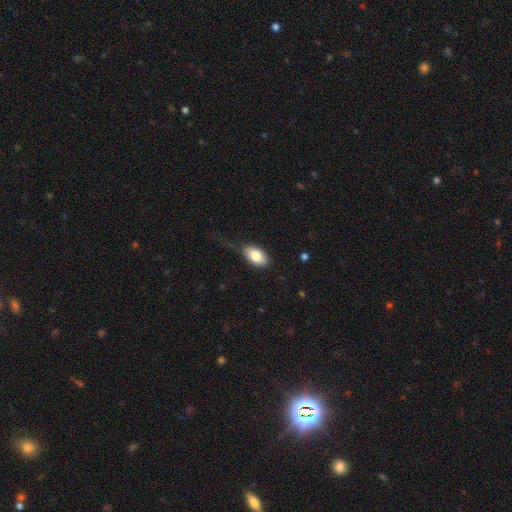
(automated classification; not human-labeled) Smooth or featured?
  - smooth: 80% *
  - featured or disk: 13%
  - star or artifact: 6%
How rounded?
  - in between: 93% *
  - round: 5%
  - cigar-shaped: 2%
Merging?
  - none: 59% *
  - minor disturbance: 24%
  - major disturbance: 15%
  - merger: 2%